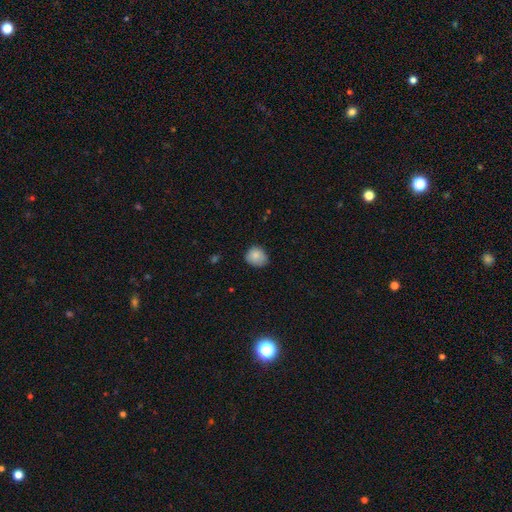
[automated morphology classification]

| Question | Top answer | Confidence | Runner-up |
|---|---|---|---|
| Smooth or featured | smooth | 83% | star or artifact (8%) |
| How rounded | round | 72% | in between (27%) |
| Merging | none | 67% | minor disturbance (28%) |